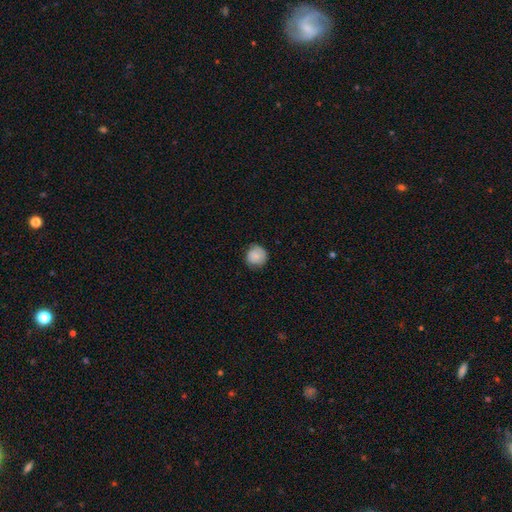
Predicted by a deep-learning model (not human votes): Overall: smooth (82%). How rounded: round (91%). Merging: none (77%).